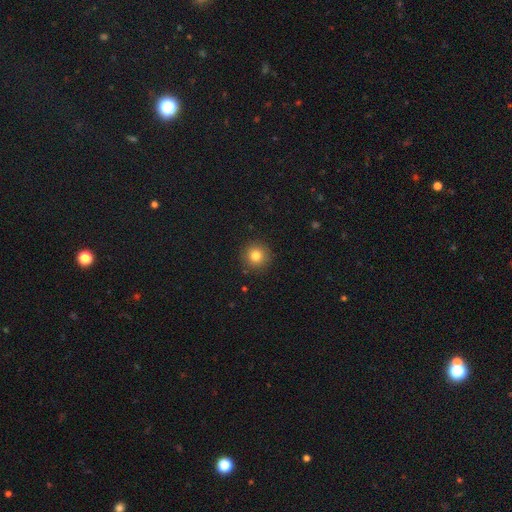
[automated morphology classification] Overall: smooth (80%). How rounded: round (95%). Merging: none (90%).